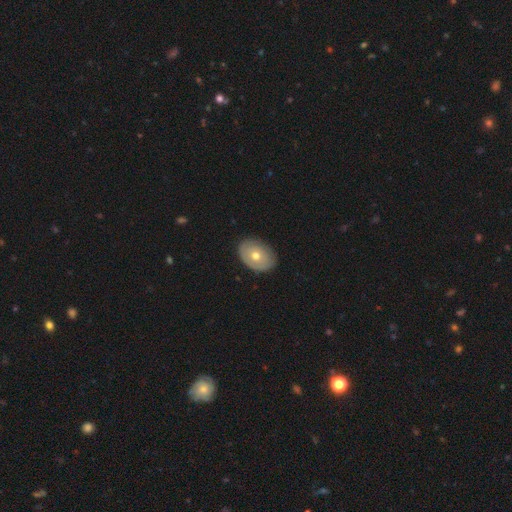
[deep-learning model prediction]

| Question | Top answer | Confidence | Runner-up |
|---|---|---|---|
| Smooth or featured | smooth | 55% | featured or disk (39%) |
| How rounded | in between | 76% | round (23%) |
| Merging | none | 84% | minor disturbance (13%) |